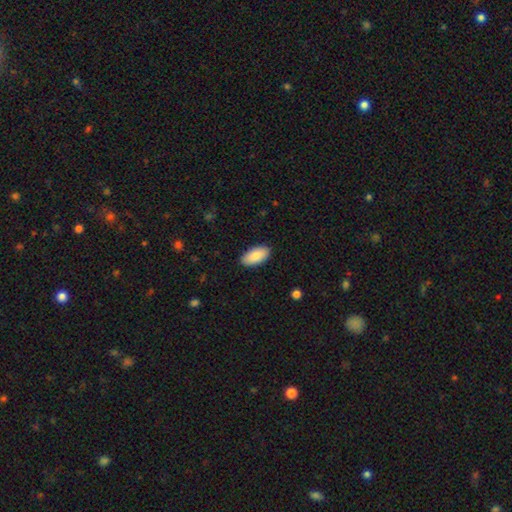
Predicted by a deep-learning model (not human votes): A smooth galaxy with no disk features (85%) that is in between round and cigar-shaped (94%).

Vote fractions:
- Smooth or featured? smooth: 85% / featured or disk: 9% / star or artifact: 6%
- How rounded? in between: 94% / cigar-shaped: 4% / round: 2%
- Merging? none: 88% / minor disturbance: 9% / major disturbance: 2% / merger: 1%